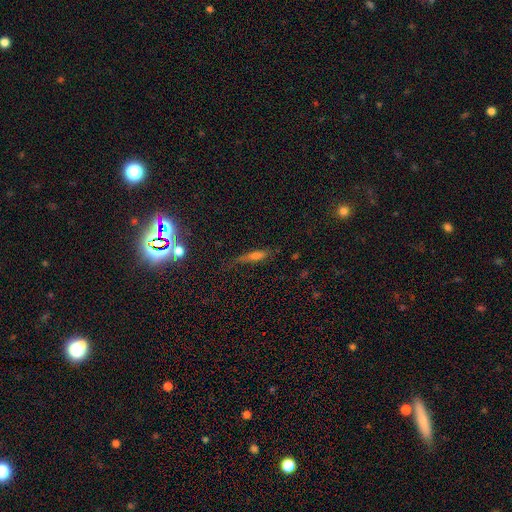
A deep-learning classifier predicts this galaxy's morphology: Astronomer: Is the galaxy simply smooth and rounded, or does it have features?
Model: smooth — 52% (runner-up: featured or disk, 30%).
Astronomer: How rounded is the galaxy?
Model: cigar-shaped — 71%.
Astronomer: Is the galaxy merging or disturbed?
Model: none — 55%.